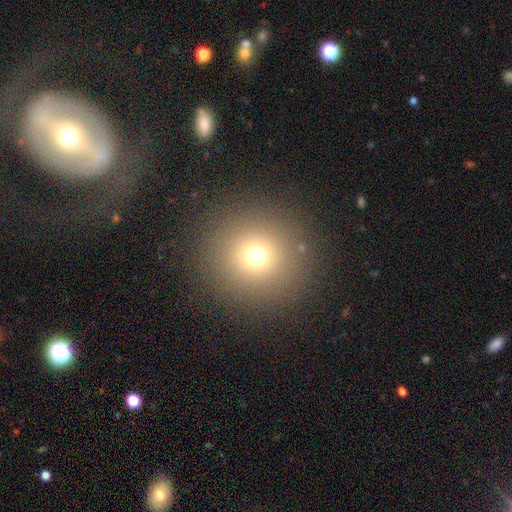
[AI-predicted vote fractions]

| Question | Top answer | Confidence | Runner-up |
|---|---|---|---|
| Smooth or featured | smooth | 70% | star or artifact (20%) |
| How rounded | round | 95% | in between (4%) |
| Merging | none | 89% | minor disturbance (6%) |